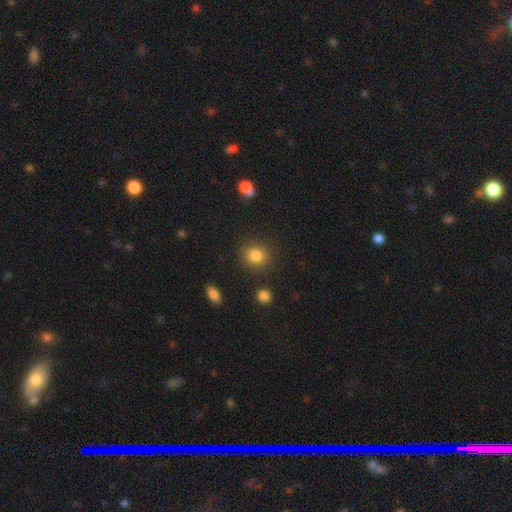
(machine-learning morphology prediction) smooth_or_featured: smooth (p=0.84) [alt: star or artifact p=0.11]
how_rounded: round (p=0.80) [alt: in between p=0.19]
merging: none (p=0.85) [alt: minor disturbance p=0.09]